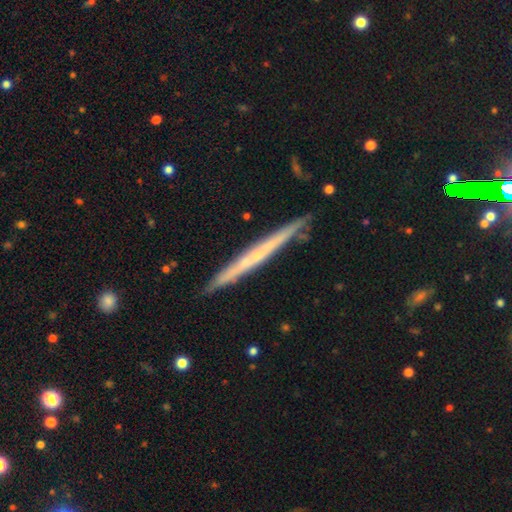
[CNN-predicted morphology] Smooth or featured: featured or disk — 63% (smooth — 31%)
Edge-on disk: yes — 97% (no — 3%)
Edge-on bulge: none — 76% (rounded — 20%)
Merging: none — 88% (minor disturbance — 9%)